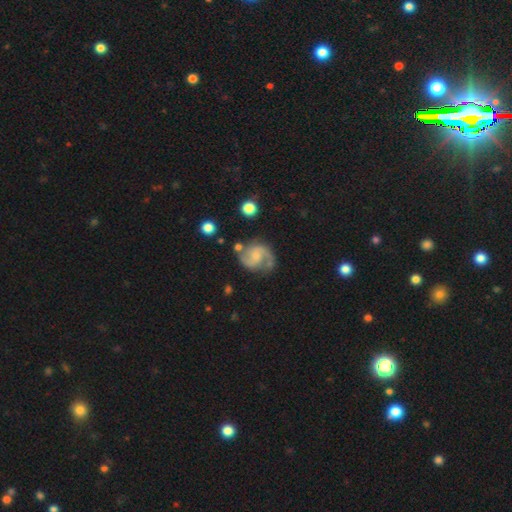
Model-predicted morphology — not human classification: Smooth or featured: featured or disk — 86% (smooth — 8%)
Edge-on disk: no — 98% (yes — 2%)
Bar: no — 50% (weak — 41%)
Spiral arms: yes — 97% (no — 3%)
Spiral winding: medium — 57% (loose — 28%)
Spiral arm count: 2 — 93% (can't tell — 2%)
Bulge size: small — 46% (none — 27%)
Merging: none — 71% (minor disturbance — 17%)